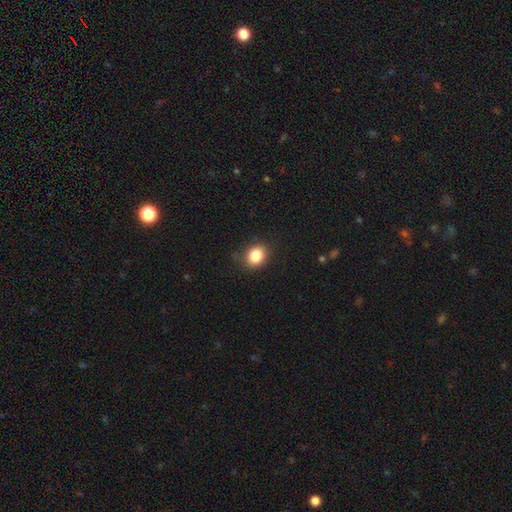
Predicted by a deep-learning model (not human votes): Smooth or featured: smooth — 85% (star or artifact — 10%)
How rounded: round — 52% (in between — 47%)
Merging: none — 84% (minor disturbance — 12%)